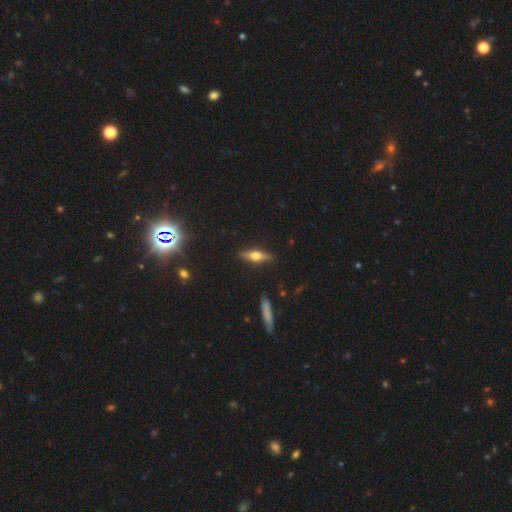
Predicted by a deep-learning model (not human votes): smooth_or_featured: featured or disk (p=0.55) [alt: smooth p=0.37]
disk_edge_on: yes (p=0.94) [alt: no p=0.06]
edge_on_bulge: rounded (p=0.93) [alt: boxy p=0.04]
merging: none (p=0.88) [alt: minor disturbance p=0.08]